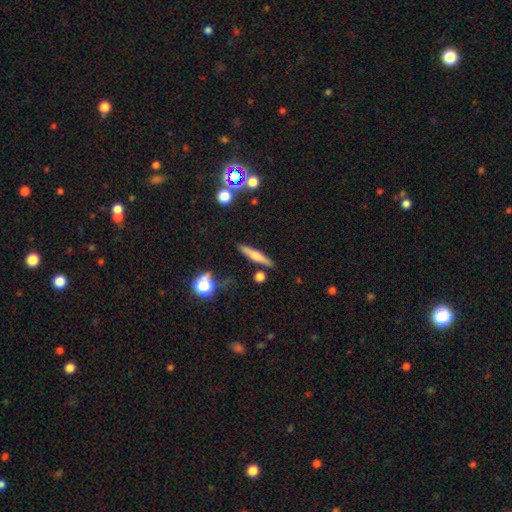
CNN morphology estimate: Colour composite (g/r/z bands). It shows a smooth galaxy with no disk features (48%). Merging: none (84%).